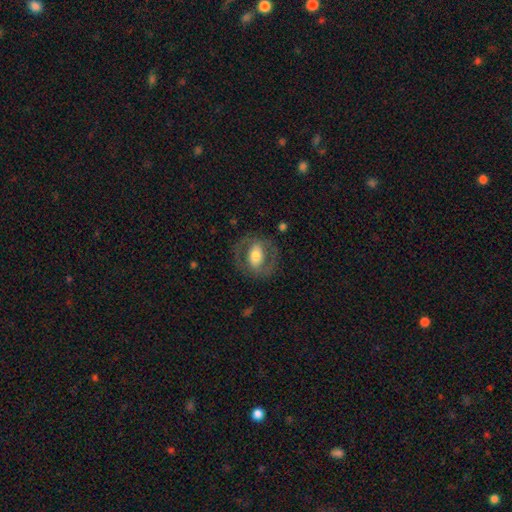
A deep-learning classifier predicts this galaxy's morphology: A featured or disk galaxy (56%) with no bar (37%), no spiral arms (61%) and a moderate central bulge (56%).

Vote fractions:
- Smooth or featured? featured or disk: 56% / smooth: 38% / star or artifact: 6%
- Edge-on disk? no: 92% / yes: 8%
- Bar? no: 37% / strong: 34% / weak: 29%
- Spiral arms? no: 61% / yes: 39%
- Bulge size? moderate: 56% / large: 27% / small: 13% / dominant: 3% / none: 2%
- Merging? none: 74% / minor disturbance: 13% / major disturbance: 11% / merger: 1%